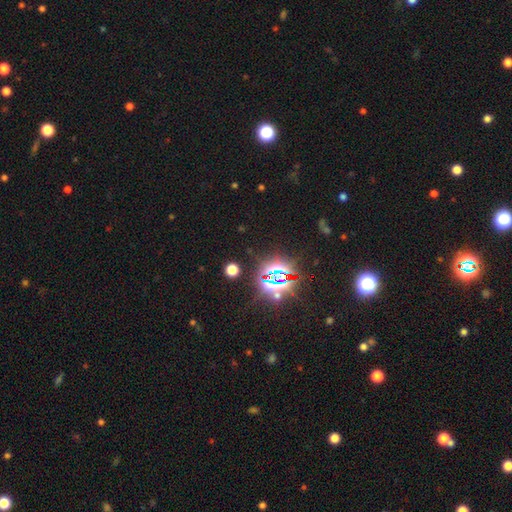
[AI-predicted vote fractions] This appears to be a star or artifact, not a galaxy (82%).